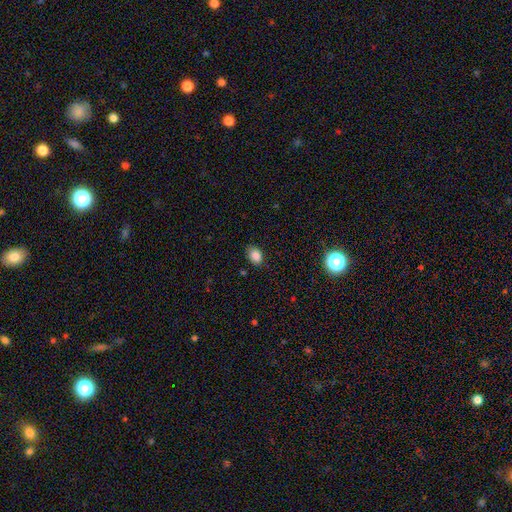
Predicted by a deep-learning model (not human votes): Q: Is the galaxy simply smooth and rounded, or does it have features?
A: smooth — 86%.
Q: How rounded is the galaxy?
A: in between — 76%.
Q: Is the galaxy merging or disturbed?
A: none — 82%.